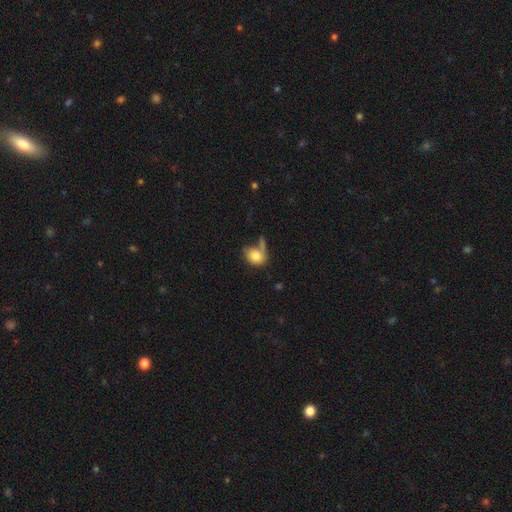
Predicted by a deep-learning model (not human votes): Smooth or featured?
  - smooth: 79% *
  - featured or disk: 13%
  - star or artifact: 8%
How rounded?
  - in between: 61% *
  - round: 38%
  - cigar-shaped: 2%
Merging?
  - none: 40% *
  - merger: 24%
  - minor disturbance: 19%
  - major disturbance: 17%